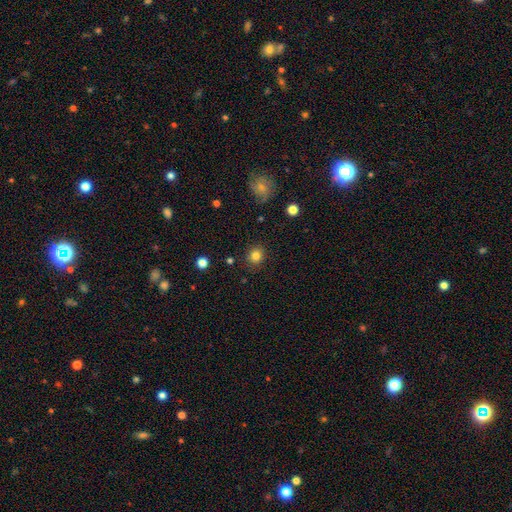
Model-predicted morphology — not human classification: Smooth or featured? smooth (82%)
How rounded? round (84%)
Merging? none (88%)